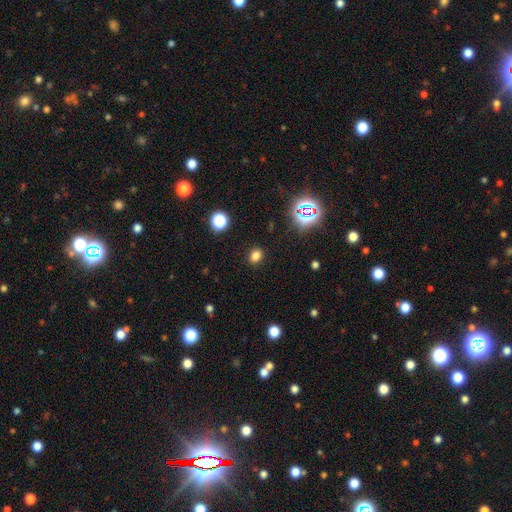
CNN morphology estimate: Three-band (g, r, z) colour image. It shows a smooth galaxy with no disk features (77%) that is in between round and cigar-shaped (52%). Merging: none (88%).